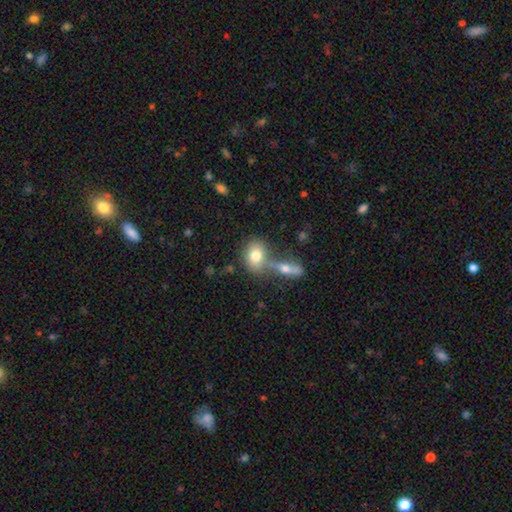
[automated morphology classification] Overall: smooth (77%). How rounded: in between (61%; round 37%). Merging: merger (43%; none 42%).